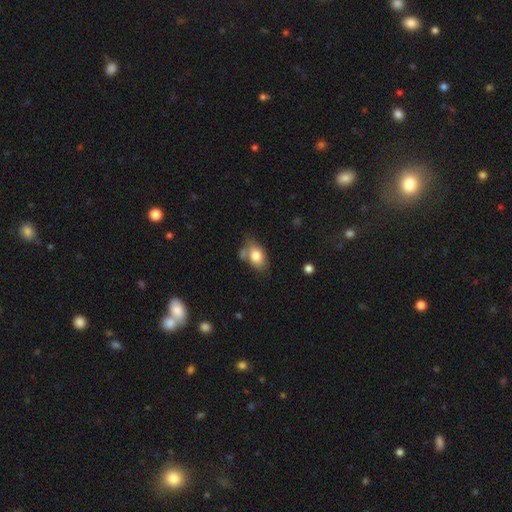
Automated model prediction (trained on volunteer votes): This appears to be a smooth galaxy with no disk features (80%) that is in between round and cigar-shaped (86%). Merging: none (56%).